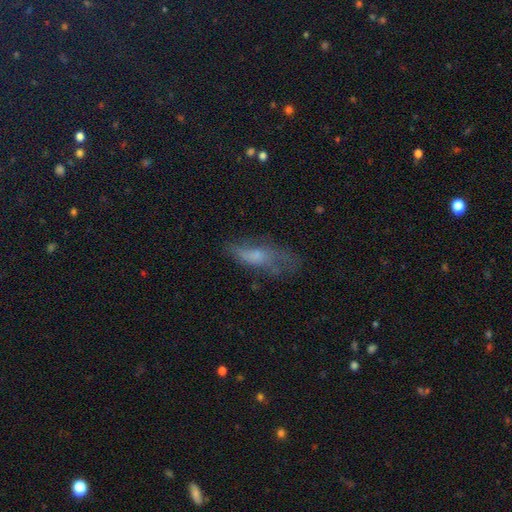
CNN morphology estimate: A smooth galaxy with no disk features (52%) that is in between round and cigar-shaped (57%).

Vote fractions:
- Smooth or featured? smooth: 52% / featured or disk: 36% / star or artifact: 12%
- How rounded? in between: 57% / cigar-shaped: 39% / round: 3%
- Merging? none: 41% / minor disturbance: 28% / major disturbance: 27% / merger: 3%